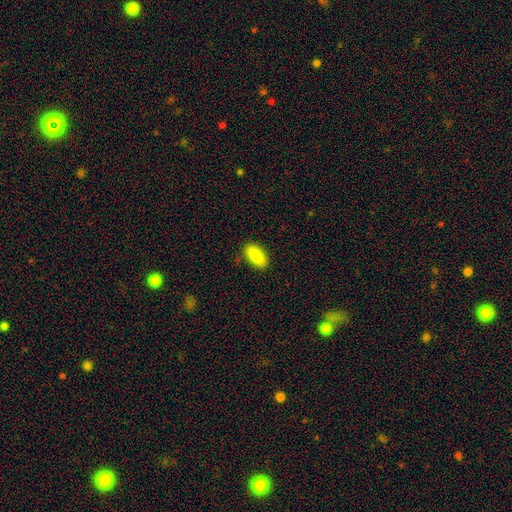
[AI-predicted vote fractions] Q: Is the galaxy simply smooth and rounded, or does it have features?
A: smooth — 86%.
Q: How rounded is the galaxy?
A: in between — 91%.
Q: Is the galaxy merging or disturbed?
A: none — 87%.